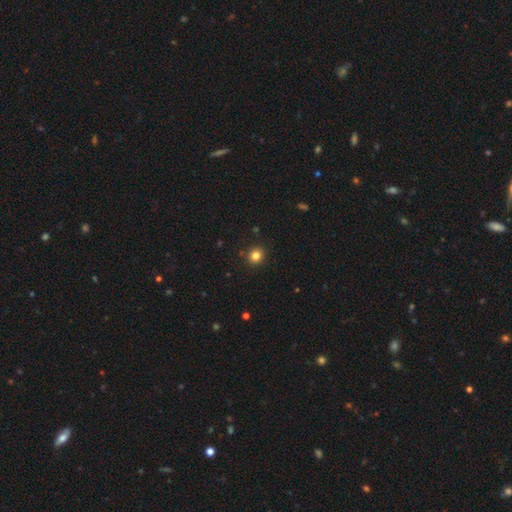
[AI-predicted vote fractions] Morphology: type=smooth (82%); roundness=round (84%); merging=none (91%).